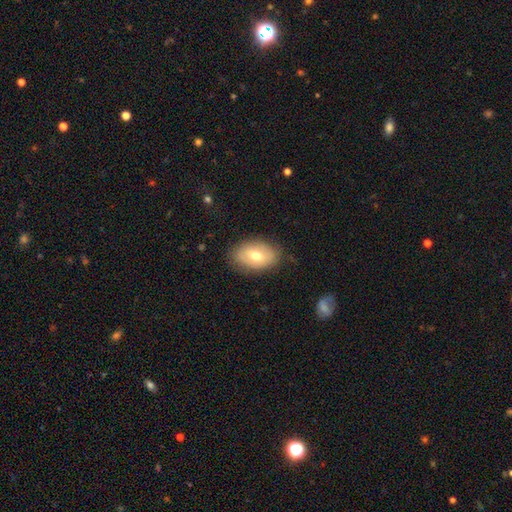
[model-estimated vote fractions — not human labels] This appears to be a smooth galaxy with no disk features (67%) that is in between round and cigar-shaped (88%). Merging: none (81%).